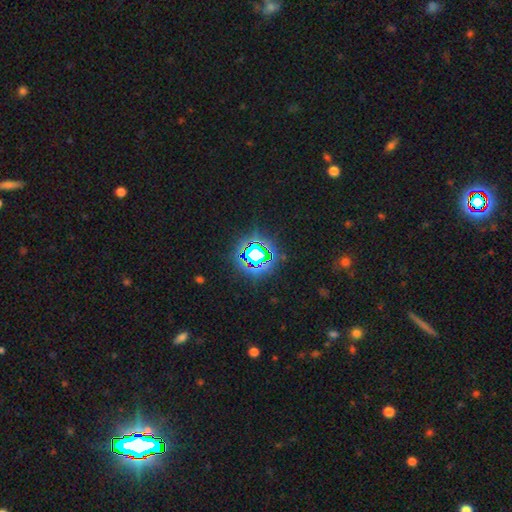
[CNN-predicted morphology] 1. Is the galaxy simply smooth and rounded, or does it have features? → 75% star or artifact, 15% smooth, 9% featured or disk.